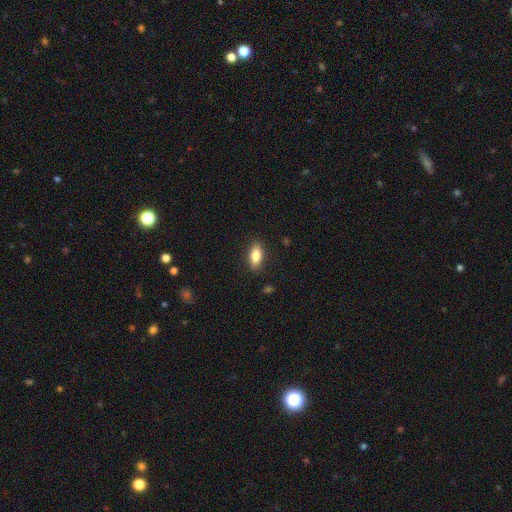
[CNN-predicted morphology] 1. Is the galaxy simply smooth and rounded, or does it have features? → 82% smooth, 11% featured or disk, 7% star or artifact.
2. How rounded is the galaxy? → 84% in between, 13% cigar-shaped, 4% round.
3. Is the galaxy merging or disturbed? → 87% none, 10% minor disturbance, 2% major disturbance, 1% merger.